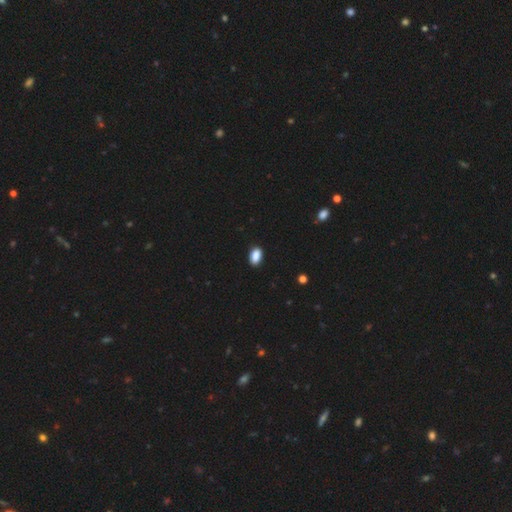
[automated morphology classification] The model was most divided on "merging": none: 88%, minor disturbance: 9%, major disturbance: 2%, merger: 1%. More confident: how rounded — in between (92%); smooth or featured — smooth (89%).